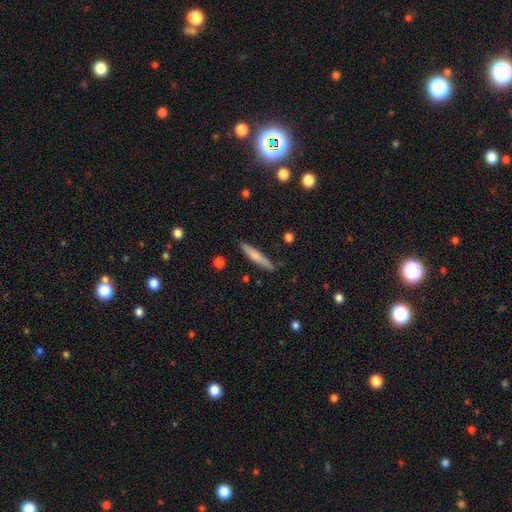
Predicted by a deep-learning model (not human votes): This appears to be a smooth galaxy with no disk features (64%) that is cigar-shaped (92%). Merging: none (86%).